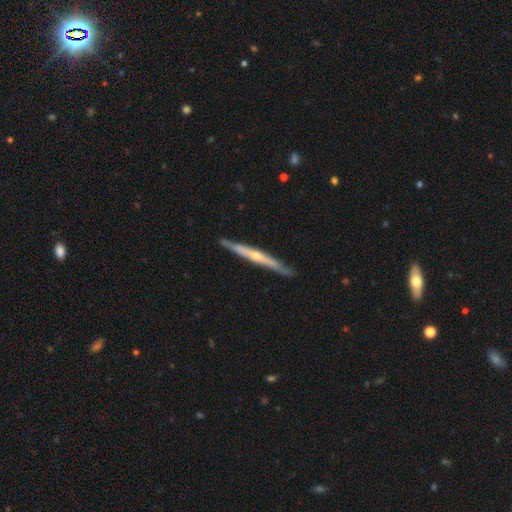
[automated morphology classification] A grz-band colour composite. It shows a featured or disk galaxy (71%) viewed edge-on (97%) with a rounded central bulge (68%). Merging: none (87%).